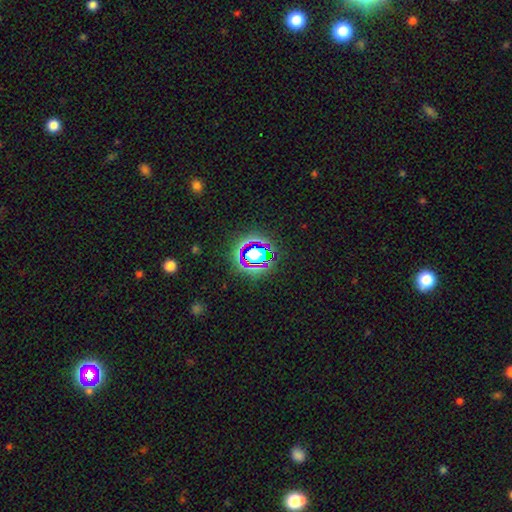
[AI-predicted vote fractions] A star or artifact, not a galaxy (59%).